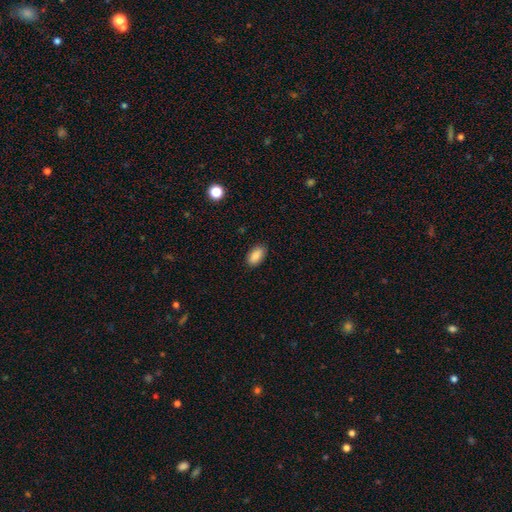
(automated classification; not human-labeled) Smooth or featured: smooth — 86% (star or artifact — 7%)
How rounded: in between — 93% (round — 4%)
Merging: none — 88% (minor disturbance — 9%)